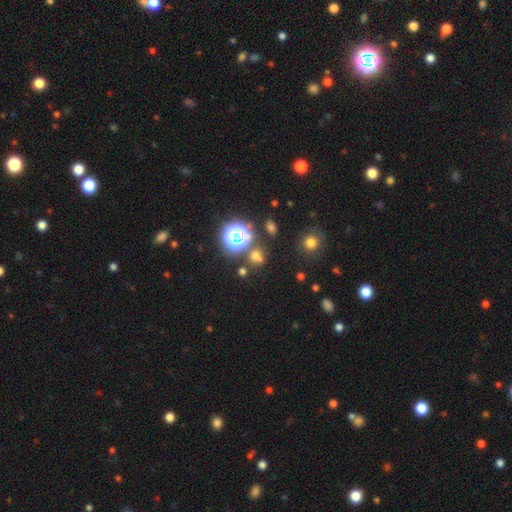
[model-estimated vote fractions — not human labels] A smooth galaxy with no disk features (52%) that is round (80%). Merging: none (70%).